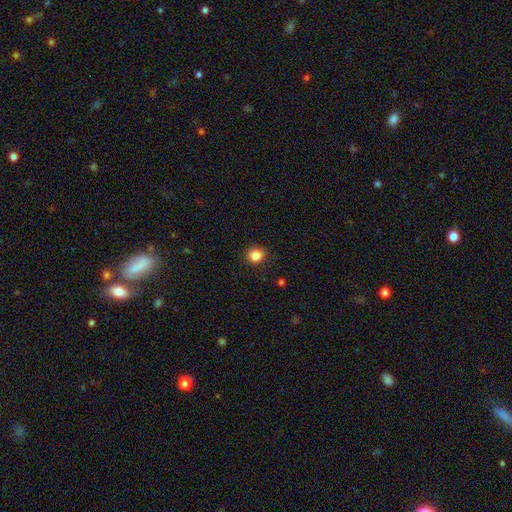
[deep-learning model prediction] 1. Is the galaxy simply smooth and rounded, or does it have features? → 86% smooth, 11% star or artifact, 3% featured or disk.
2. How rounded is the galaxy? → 79% round, 20% in between, 1% cigar-shaped.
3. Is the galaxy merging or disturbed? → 85% none, 11% minor disturbance, 3% major disturbance, 1% merger.